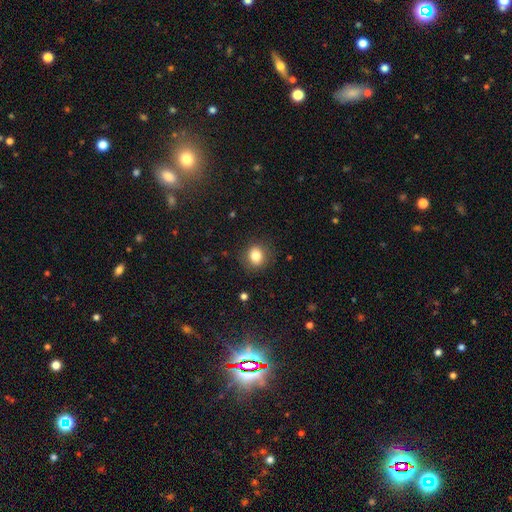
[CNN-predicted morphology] Smooth or featured? smooth (82%)
How rounded? round (73%)
Merging? none (85%)